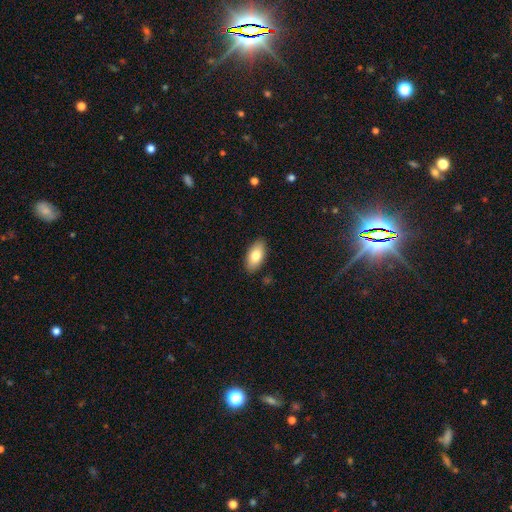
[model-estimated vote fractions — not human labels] Overall: smooth (79%). How rounded: in between (92%). Merging: none (88%).